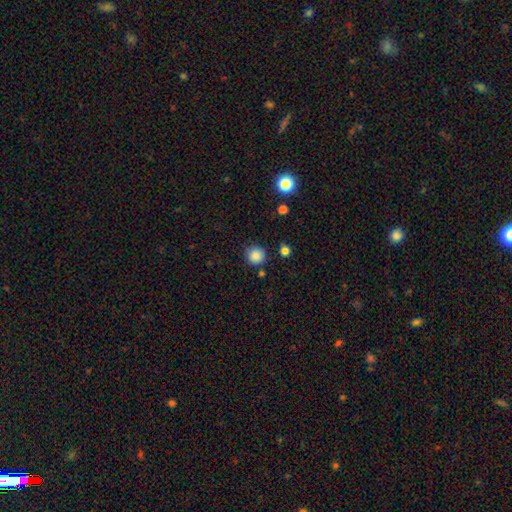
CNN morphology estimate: A smooth galaxy with no disk features (85%) that is round (94%).

Vote fractions:
- Smooth or featured? smooth: 85% / star or artifact: 11% / featured or disk: 4%
- How rounded? round: 94% / in between: 5% / cigar-shaped: 1%
- Merging? none: 85% / minor disturbance: 9% / merger: 3% / major disturbance: 2%